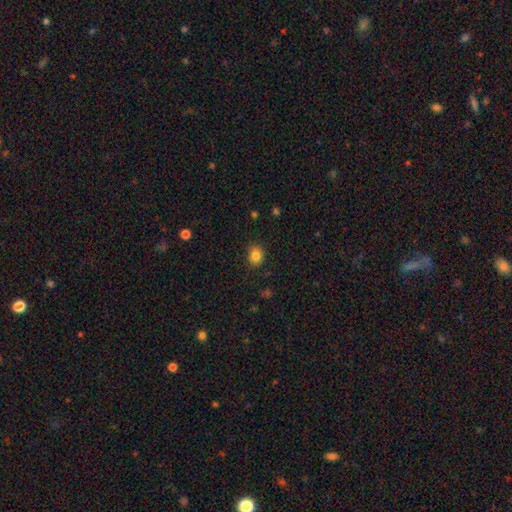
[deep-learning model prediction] A smooth galaxy with no disk features (84%) that is round (61%).

Vote fractions:
- Smooth or featured? smooth: 84% / star or artifact: 11% / featured or disk: 5%
- How rounded? round: 61% / in between: 38% / cigar-shaped: 1%
- Merging? none: 84% / minor disturbance: 12% / major disturbance: 3% / merger: 1%